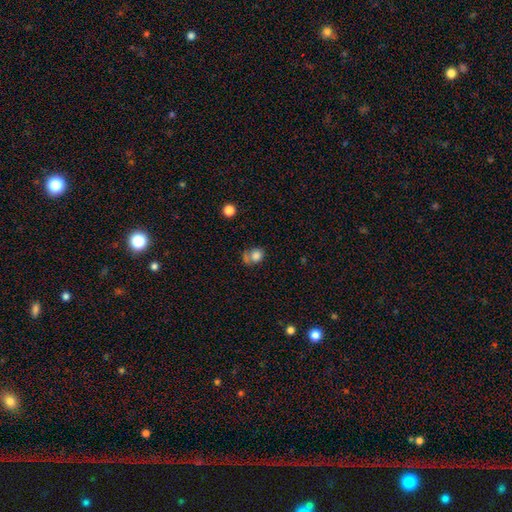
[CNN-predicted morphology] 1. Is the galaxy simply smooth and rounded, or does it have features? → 78% smooth, 11% star or artifact, 11% featured or disk.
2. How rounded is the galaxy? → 61% round, 38% in between, 1% cigar-shaped.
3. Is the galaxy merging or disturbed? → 39% none, 22% minor disturbance, 22% merger, 17% major disturbance.